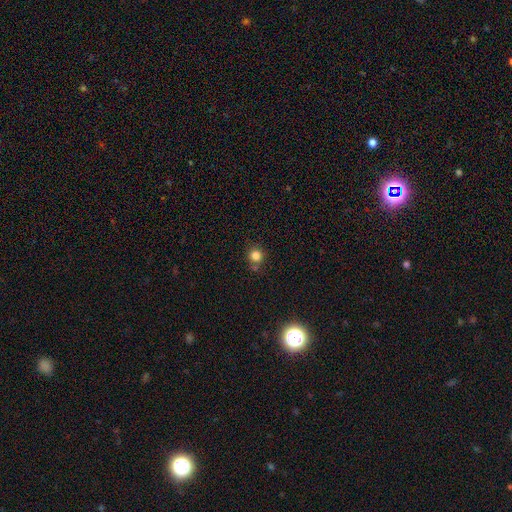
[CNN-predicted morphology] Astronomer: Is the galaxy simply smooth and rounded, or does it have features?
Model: smooth — 82%.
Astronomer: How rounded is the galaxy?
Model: round — 91%.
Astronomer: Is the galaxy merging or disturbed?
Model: none — 74%.